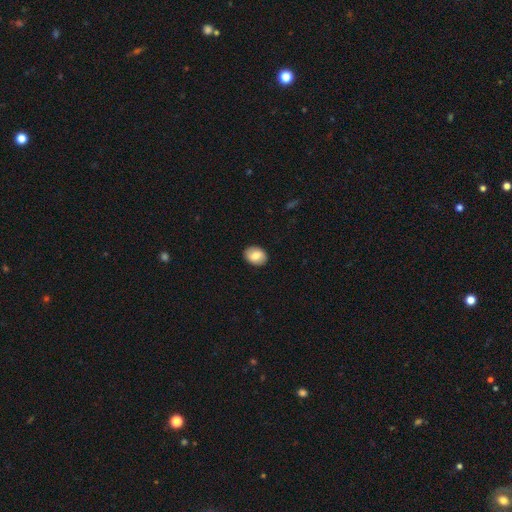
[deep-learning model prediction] This appears to be a smooth galaxy with no disk features (78%) that is in between round and cigar-shaped (63%). Merging: none (90%).